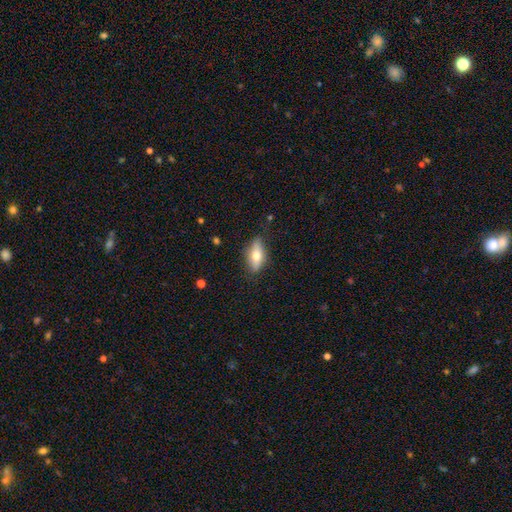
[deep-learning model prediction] The model was most divided on "smooth or featured": smooth: 59%, featured or disk: 34%, star or artifact: 7%. More confident: merging — none (78%); how rounded — in between (76%).